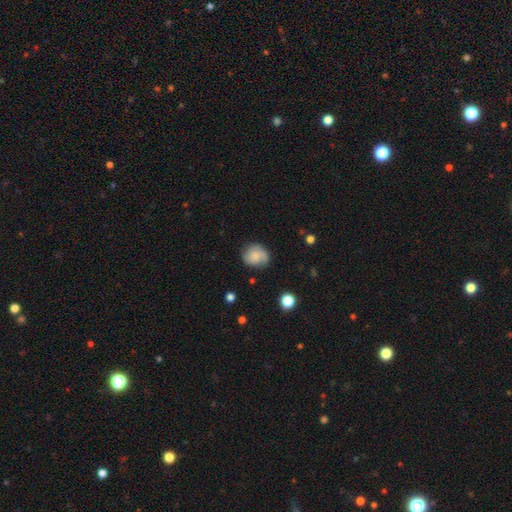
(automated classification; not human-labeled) Morphology: type=smooth (67%); roundness=round (77%); merging=none (69%).